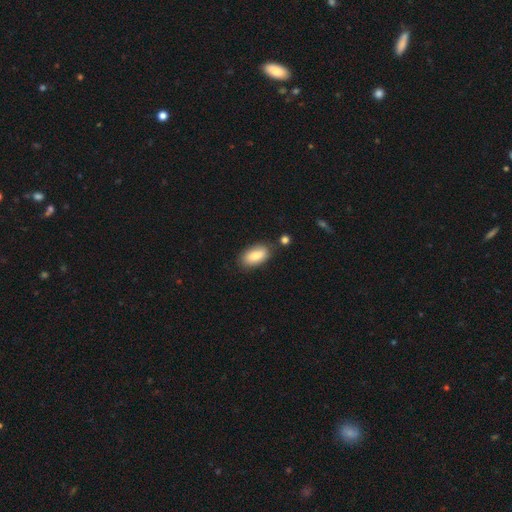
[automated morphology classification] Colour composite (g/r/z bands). It shows a smooth galaxy with no disk features (84%) that is in between round and cigar-shaped (92%). Merging: none (77%).